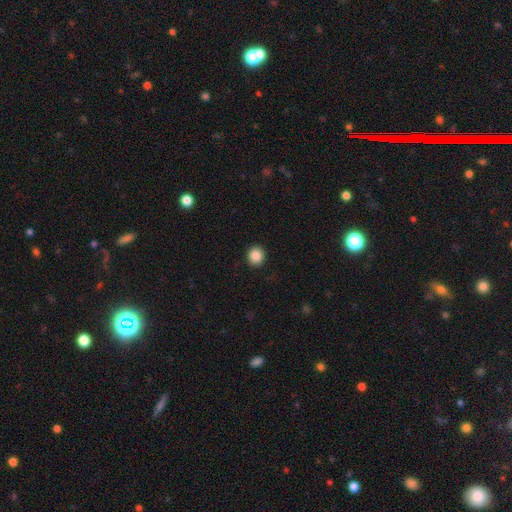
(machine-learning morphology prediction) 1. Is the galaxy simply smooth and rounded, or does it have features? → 88% smooth, 9% star or artifact, 3% featured or disk.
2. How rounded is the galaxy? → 81% round, 18% in between, 1% cigar-shaped.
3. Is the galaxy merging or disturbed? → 91% none, 6% minor disturbance, 2% major disturbance, 1% merger.